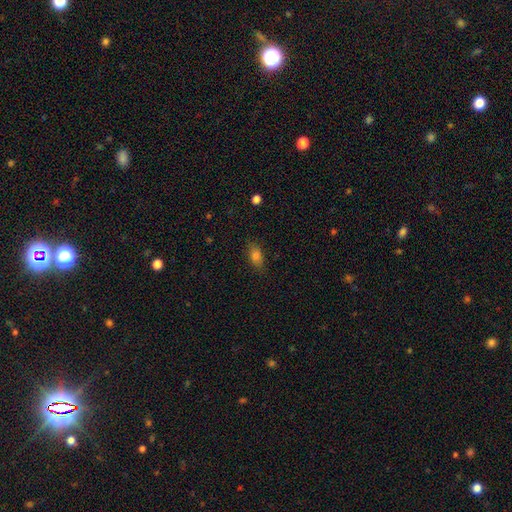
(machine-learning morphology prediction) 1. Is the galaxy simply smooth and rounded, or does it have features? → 77% smooth, 13% star or artifact, 10% featured or disk.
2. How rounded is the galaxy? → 82% in between, 10% cigar-shaped, 8% round.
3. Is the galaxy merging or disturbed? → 82% none, 13% minor disturbance, 3% major disturbance, 1% merger.